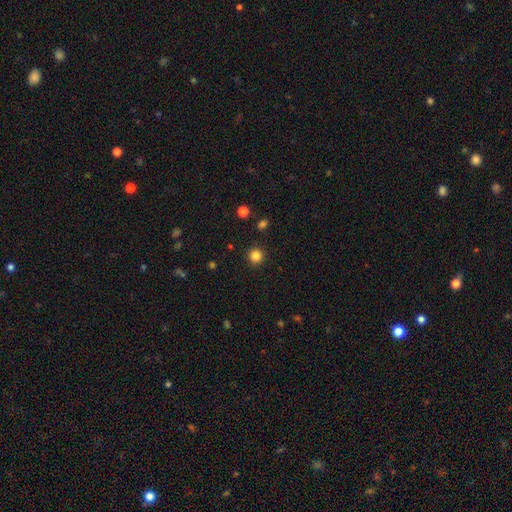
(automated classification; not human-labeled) A smooth galaxy with no disk features (84%) that is round (95%). Merging: none (92%).